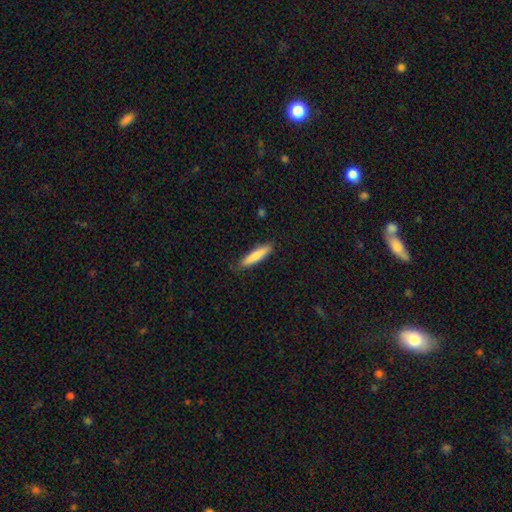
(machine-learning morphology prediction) Smooth or featured: smooth — 80% (featured or disk — 14%)
How rounded: cigar-shaped — 84% (in between — 15%)
Merging: none — 85% (minor disturbance — 11%)